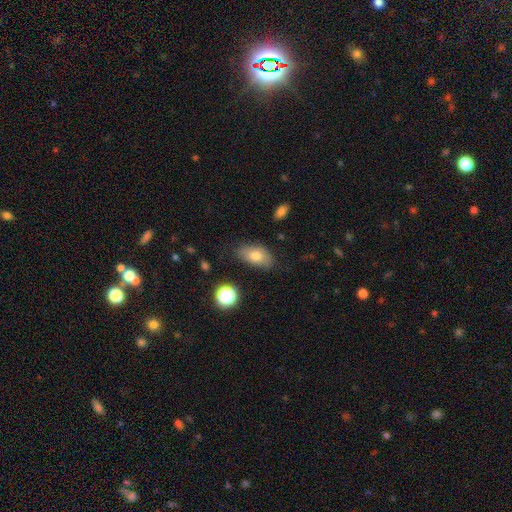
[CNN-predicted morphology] Smooth or featured? Predicted: smooth (p=0.76). How rounded? Predicted: in between (p=0.91). Merging? Predicted: none (p=0.76).